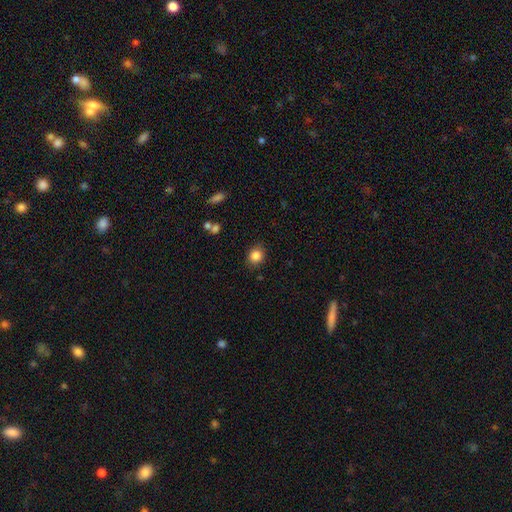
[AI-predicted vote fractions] The model was most divided on "how rounded": round: 72%, in between: 27%, cigar-shaped: 1%. More confident: smooth or featured — smooth (85%); merging — none (85%).